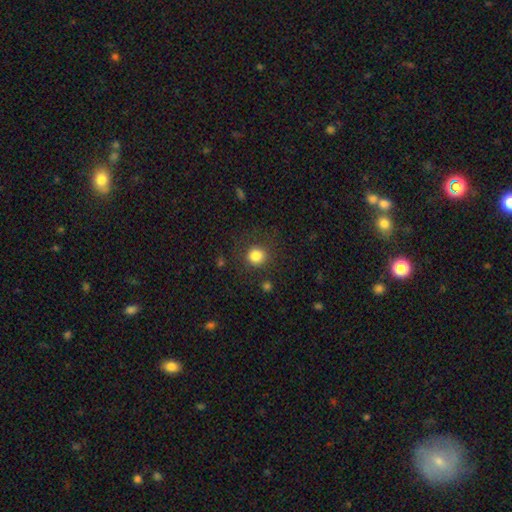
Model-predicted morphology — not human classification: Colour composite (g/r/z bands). It shows a smooth galaxy with no disk features (83%) that is round (91%). Merging: none (83%).